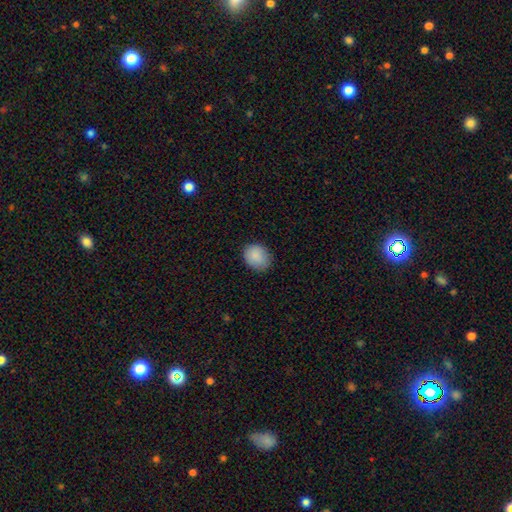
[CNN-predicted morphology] A smooth galaxy with no disk features (89%) that is round (53%). Merging: none (81%).